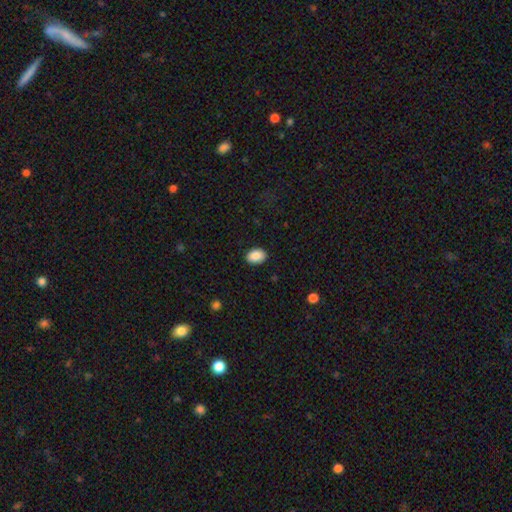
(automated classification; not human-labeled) Smooth or featured: smooth — 89% (star or artifact — 7%)
How rounded: in between — 79% (round — 20%)
Merging: none — 88% (minor disturbance — 9%)